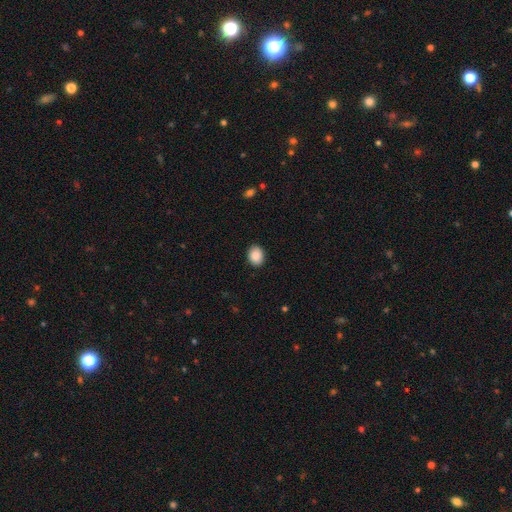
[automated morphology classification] This appears to be a smooth galaxy with no disk features (89%) that is in between round and cigar-shaped (58%). Merging: none (89%).